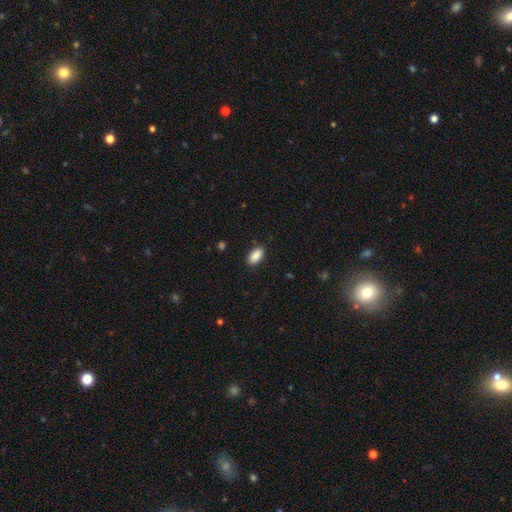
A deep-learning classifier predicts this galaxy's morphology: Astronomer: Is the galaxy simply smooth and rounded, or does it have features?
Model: smooth — 90%.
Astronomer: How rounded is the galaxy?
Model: in between — 93%.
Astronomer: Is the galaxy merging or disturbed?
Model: none — 88%.